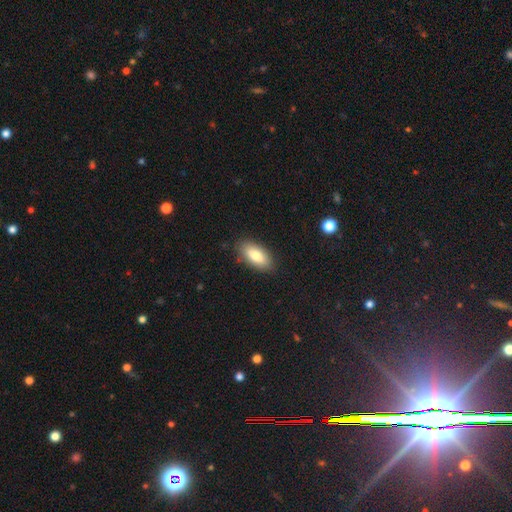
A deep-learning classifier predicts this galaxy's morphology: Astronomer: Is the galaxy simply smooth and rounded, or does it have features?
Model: smooth — 80%.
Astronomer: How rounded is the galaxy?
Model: in between — 89%.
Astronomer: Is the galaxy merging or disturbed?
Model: none — 86%.